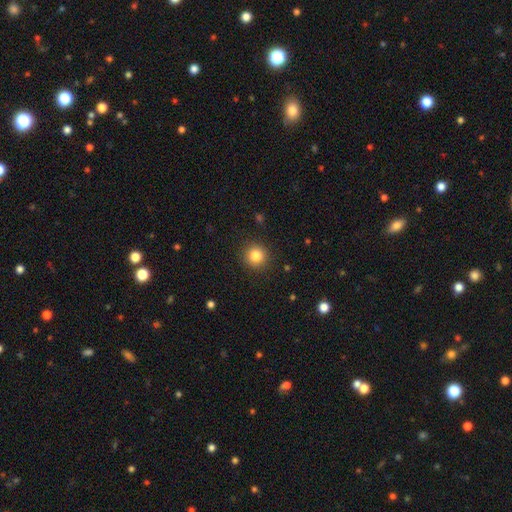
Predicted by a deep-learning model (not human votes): A smooth galaxy with no disk features (83%) that is round (94%). Merging: none (91%).